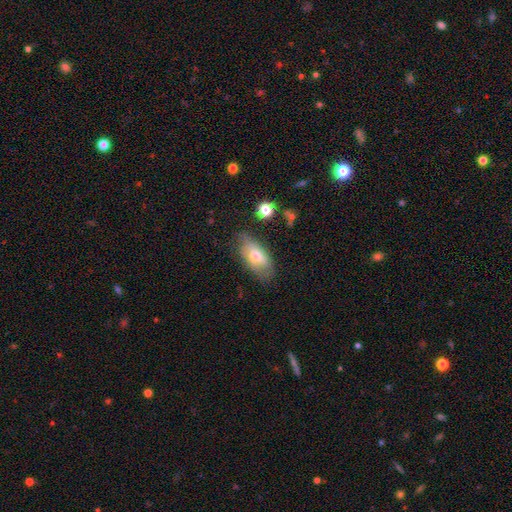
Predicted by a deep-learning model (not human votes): This is likely a smooth galaxy (65%). How rounded: clearly in between (89%). Merging: likely none (64%).